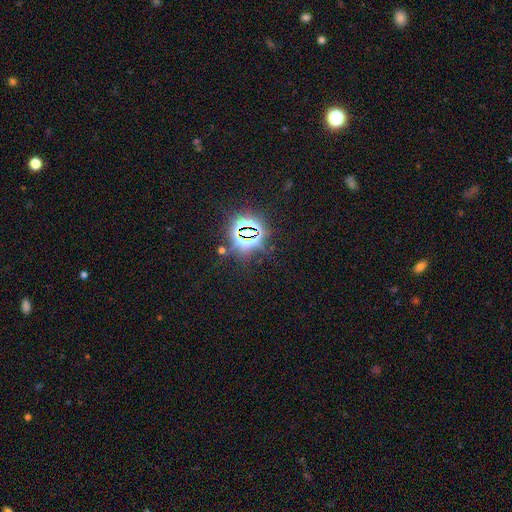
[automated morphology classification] This is clearly a star or artifact rather than a galaxy (82%).